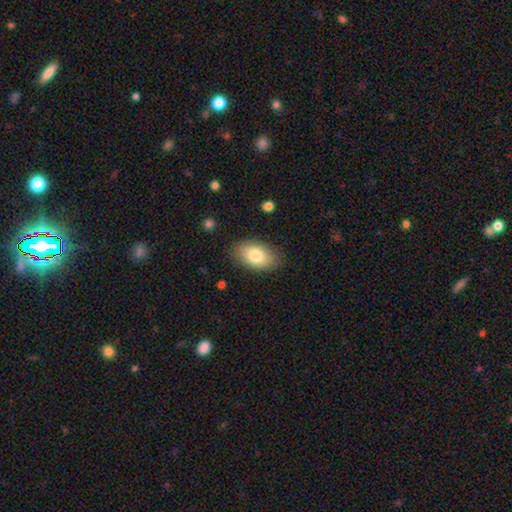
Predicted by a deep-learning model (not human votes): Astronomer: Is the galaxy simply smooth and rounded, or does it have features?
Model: smooth — 80%.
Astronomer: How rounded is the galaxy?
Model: in between — 92%.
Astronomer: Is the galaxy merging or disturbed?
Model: none — 83%.